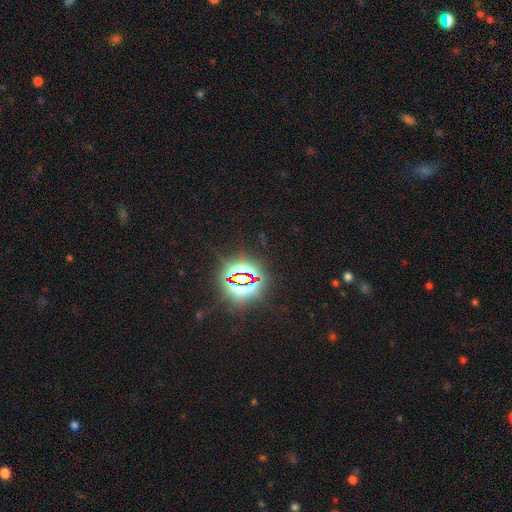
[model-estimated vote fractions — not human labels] smooth_or_featured: star or artifact (p=0.81) [alt: smooth p=0.12]